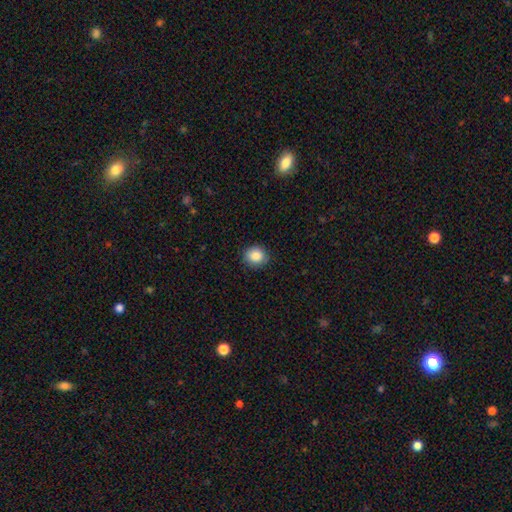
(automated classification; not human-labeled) Smooth or featured? Predicted: smooth (p=0.87). How rounded? Predicted: round (p=0.83). Merging? Predicted: none (p=0.87).